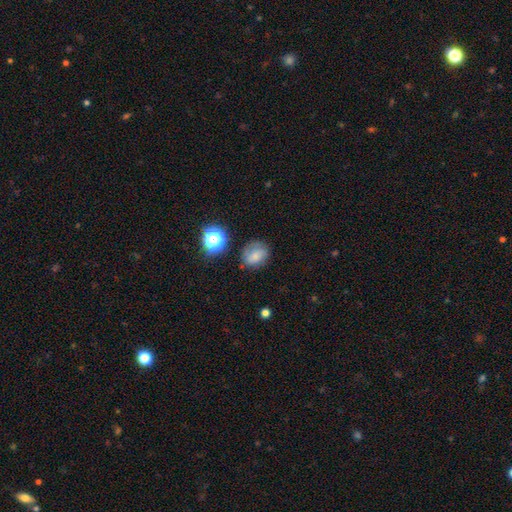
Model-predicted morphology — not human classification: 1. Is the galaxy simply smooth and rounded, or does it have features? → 67% smooth, 18% featured or disk, 15% star or artifact.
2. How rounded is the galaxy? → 60% round, 39% in between, 1% cigar-shaped.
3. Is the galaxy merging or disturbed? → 65% none, 23% minor disturbance, 9% major disturbance, 3% merger.